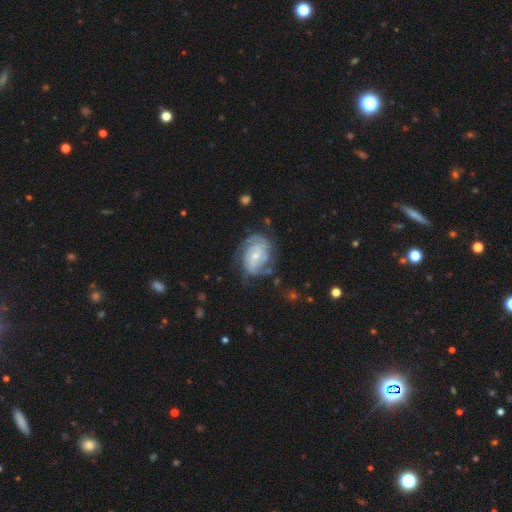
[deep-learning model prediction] A featured or disk galaxy (86%) with no bar (44%), 2 (49%) tight (59%) spiral arms (96%) and a small central bulge (60%). Merging: none (67%).